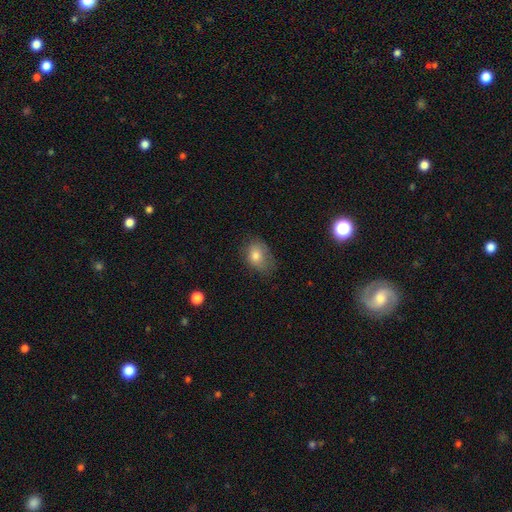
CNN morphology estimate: This appears to be a smooth galaxy with no disk features (76%) that is in between round and cigar-shaped (74%). Merging: none (53%).